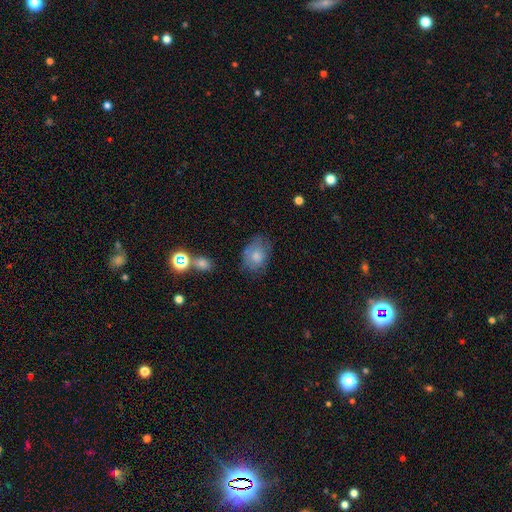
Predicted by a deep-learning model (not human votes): This is likely a smooth galaxy (74%). How rounded: likely in between (69%). Merging: possibly none (60%).